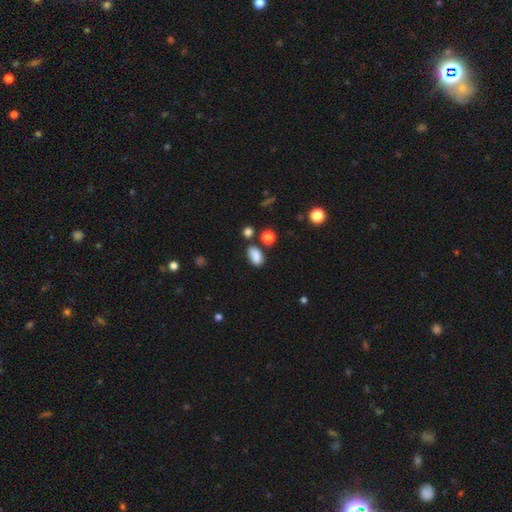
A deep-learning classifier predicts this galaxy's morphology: The model was most divided on "merging": none: 70%, minor disturbance: 18%, merger: 8%, major disturbance: 5%. More confident: how rounded — in between (90%); smooth or featured — smooth (85%).